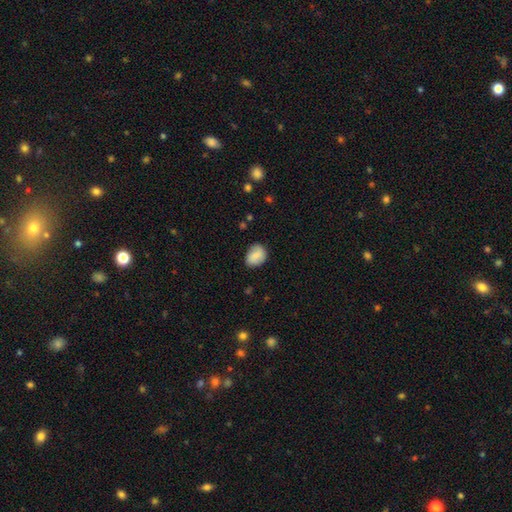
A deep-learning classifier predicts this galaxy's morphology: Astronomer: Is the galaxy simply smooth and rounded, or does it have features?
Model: smooth — 80%.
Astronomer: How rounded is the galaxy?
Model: in between — 61% (runner-up: round, 38%).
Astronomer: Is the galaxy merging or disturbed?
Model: none — 74%.